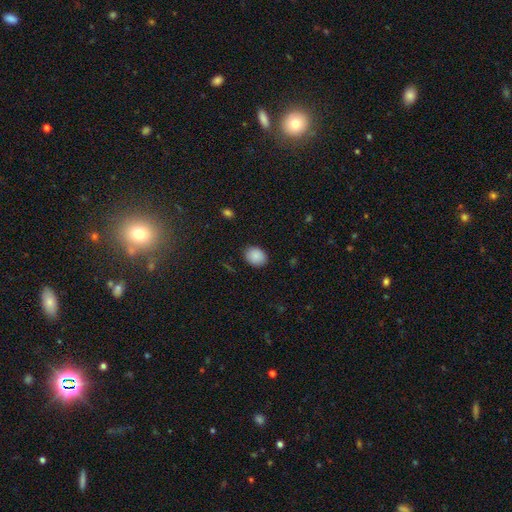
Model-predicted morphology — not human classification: Smooth or featured? Predicted: smooth (p=0.89). How rounded? Predicted: in between (p=0.58). Merging? Predicted: none (p=0.87).